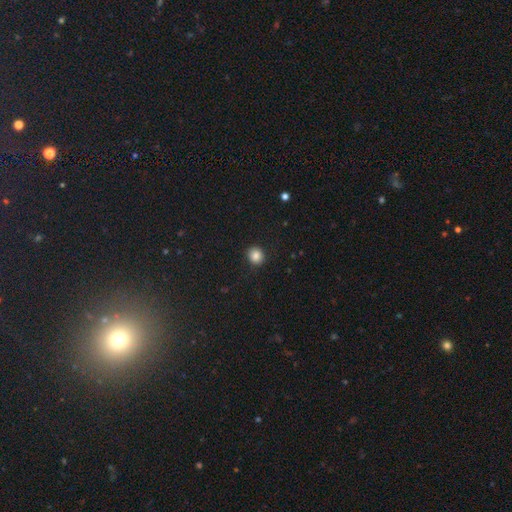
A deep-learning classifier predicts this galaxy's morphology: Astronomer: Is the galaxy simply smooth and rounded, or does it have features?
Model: smooth — 85%.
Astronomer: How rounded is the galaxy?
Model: round — 83%.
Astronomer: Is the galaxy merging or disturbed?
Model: none — 90%.